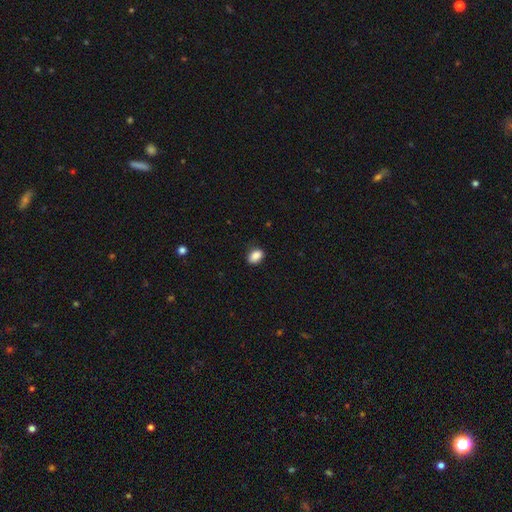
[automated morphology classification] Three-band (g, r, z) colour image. It shows a smooth galaxy with no disk features (88%) that is in between round and cigar-shaped (84%). Merging: none (83%).